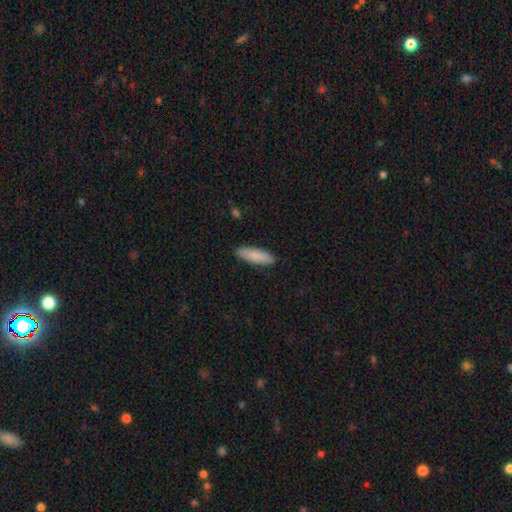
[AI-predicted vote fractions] smooth 86%, featured or disk 9%, star or artifact 5%. Down the decision tree: how rounded — cigar-shaped (56%); merging — none (89%).